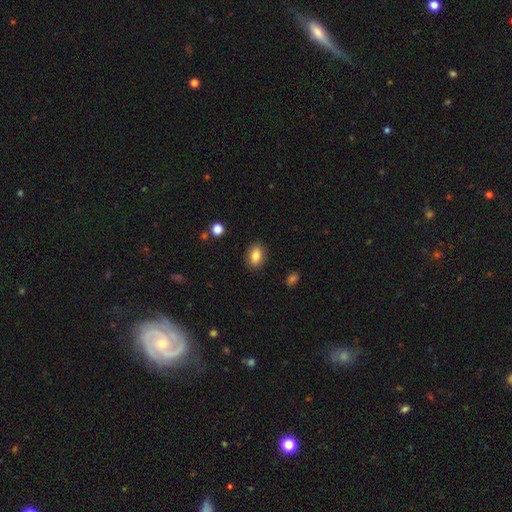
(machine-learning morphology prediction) Smooth or featured?
  - smooth: 84% *
  - star or artifact: 8%
  - featured or disk: 8%
How rounded?
  - in between: 78% *
  - round: 21%
  - cigar-shaped: 2%
Merging?
  - none: 88% *
  - minor disturbance: 8%
  - major disturbance: 2%
  - merger: 1%